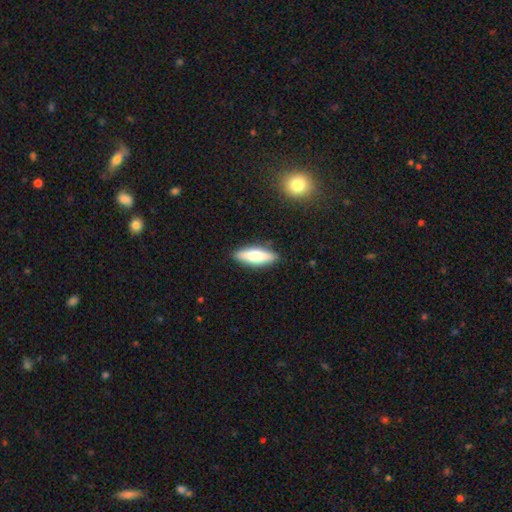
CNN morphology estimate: Smooth or featured?
  - smooth: 59% *
  - featured or disk: 35%
  - star or artifact: 6%
How rounded?
  - in between: 49% * (tied)
  - cigar-shaped: 49% * (tied)
  - round: 2%
Merging?
  - none: 88% *
  - minor disturbance: 9%
  - major disturbance: 2%
  - merger: 1%